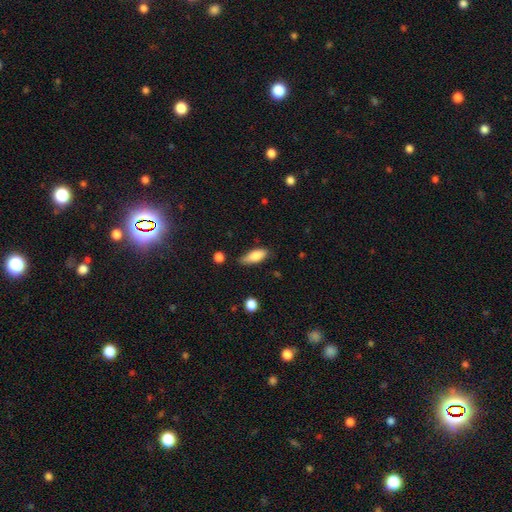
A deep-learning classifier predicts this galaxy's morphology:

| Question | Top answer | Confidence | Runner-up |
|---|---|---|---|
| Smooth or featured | smooth | 83% | featured or disk (11%) |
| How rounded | in between | 75% | cigar-shaped (22%) |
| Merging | none | 67% | minor disturbance (26%) |